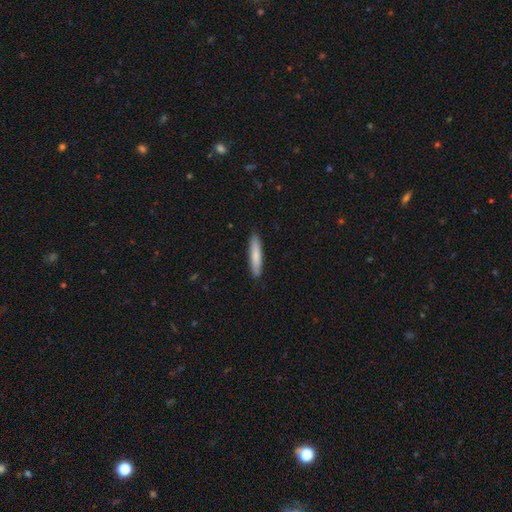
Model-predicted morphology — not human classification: This is likely a smooth galaxy (80%). How rounded: clearly cigar-shaped (88%). Merging: clearly none (90%).